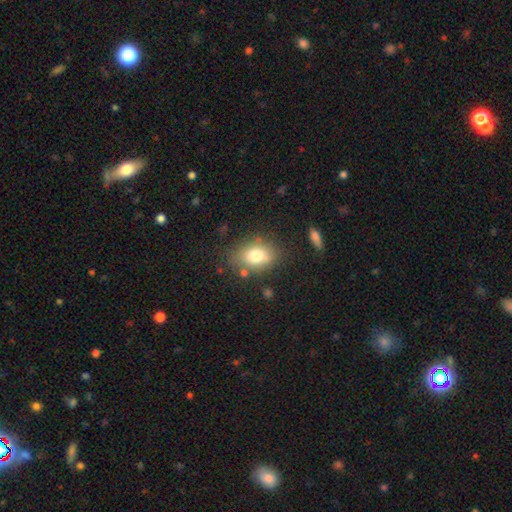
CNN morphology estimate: A smooth galaxy with no disk features (76%) that is in between round and cigar-shaped (67%).

Vote fractions:
- Smooth or featured? smooth: 76% / featured or disk: 14% / star or artifact: 10%
- How rounded? in between: 67% / round: 32% / cigar-shaped: 1%
- Merging? none: 68% / minor disturbance: 19% / merger: 7% / major disturbance: 6%